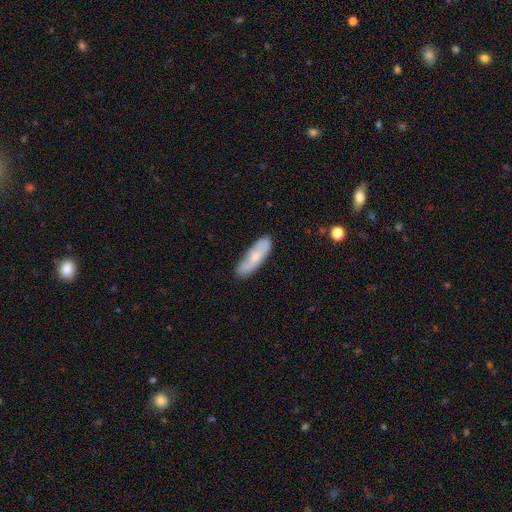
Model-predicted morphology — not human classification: The model was most divided on "how rounded": cigar-shaped: 52%, in between: 46%, round: 2%. More confident: merging — none (78%); smooth or featured — smooth (65%).